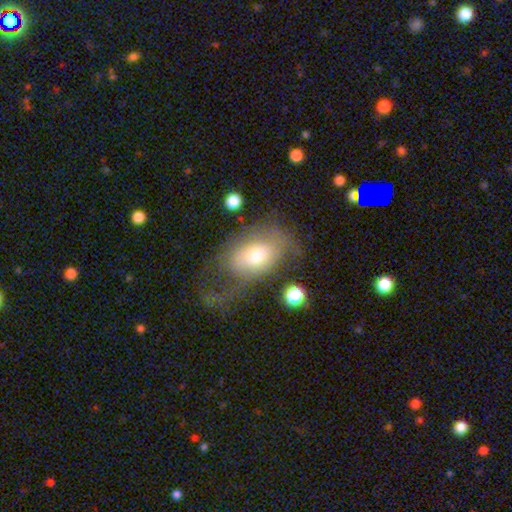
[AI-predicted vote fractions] Smooth or featured: smooth — 58% (featured or disk — 34%)
How rounded: in between — 84% (round — 14%)
Merging: major disturbance — 41% (none — 32%)